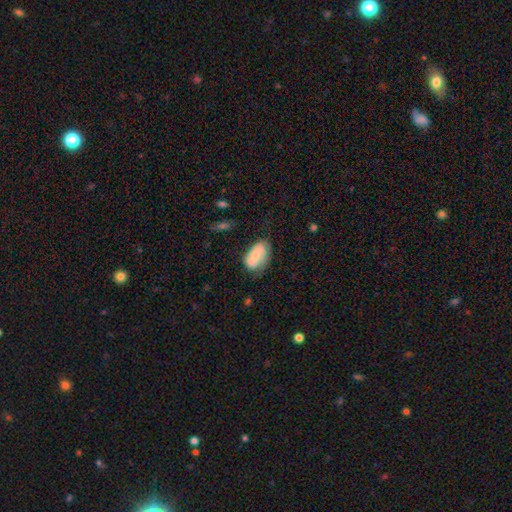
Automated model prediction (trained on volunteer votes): This appears to be a smooth galaxy with no disk features (64%) that is in between round and cigar-shaped (91%). Merging: none (51%).